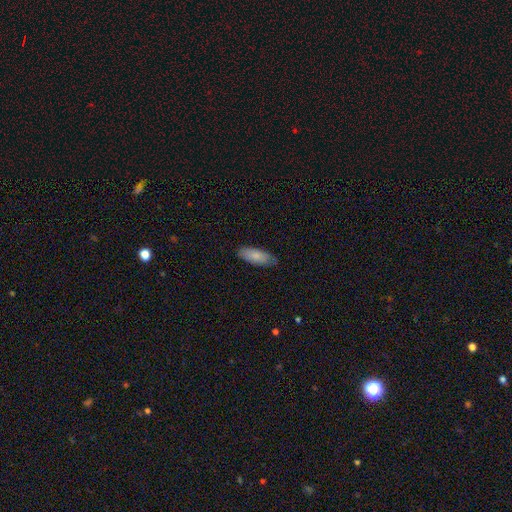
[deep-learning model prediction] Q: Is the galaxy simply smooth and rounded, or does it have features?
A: smooth — 83%.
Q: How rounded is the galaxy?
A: in between — 76%.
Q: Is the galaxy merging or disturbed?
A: none — 80%.